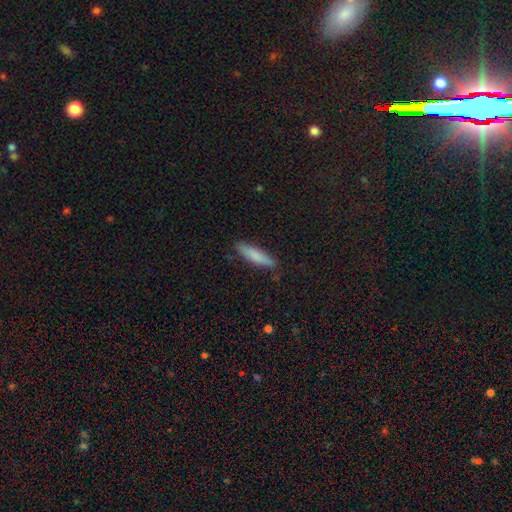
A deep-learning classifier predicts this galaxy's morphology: A smooth galaxy with no disk features (79%) that is cigar-shaped (80%). Merging: none (85%).